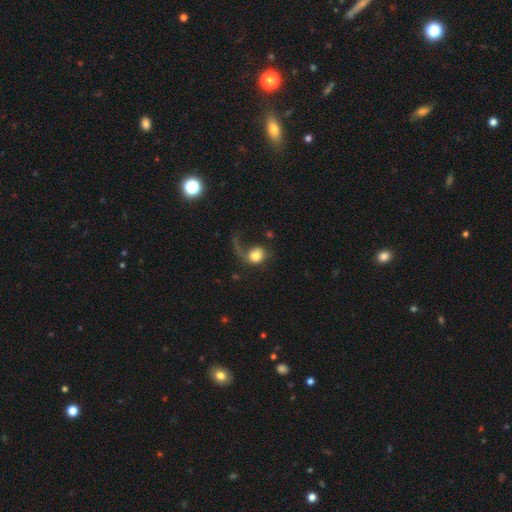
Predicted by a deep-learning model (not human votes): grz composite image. It shows a smooth galaxy with no disk features (68%) that is round (74%). Merging: major disturbance (49%).